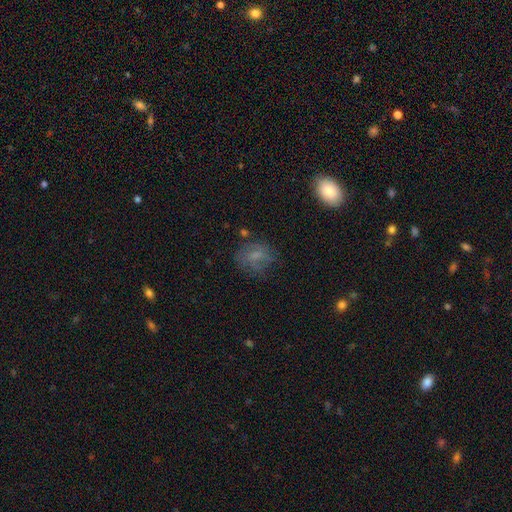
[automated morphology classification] Smooth or featured? smooth (51%)
How rounded? round (52%)
Merging? none (58%)